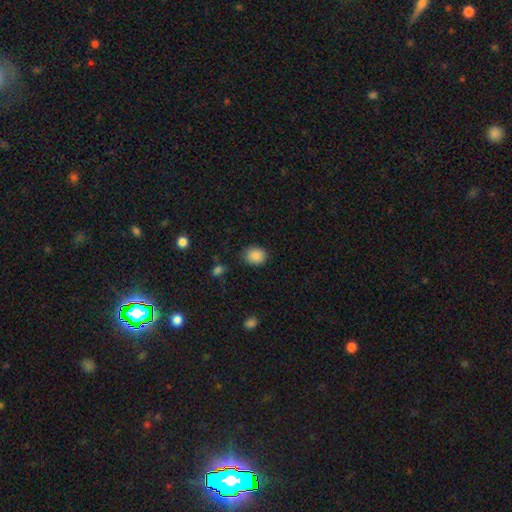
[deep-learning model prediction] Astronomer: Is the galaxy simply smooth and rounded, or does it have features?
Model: smooth — 87%.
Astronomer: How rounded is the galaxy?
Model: round — 59% (runner-up: in between, 40%).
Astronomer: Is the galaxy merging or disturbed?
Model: none — 82%.